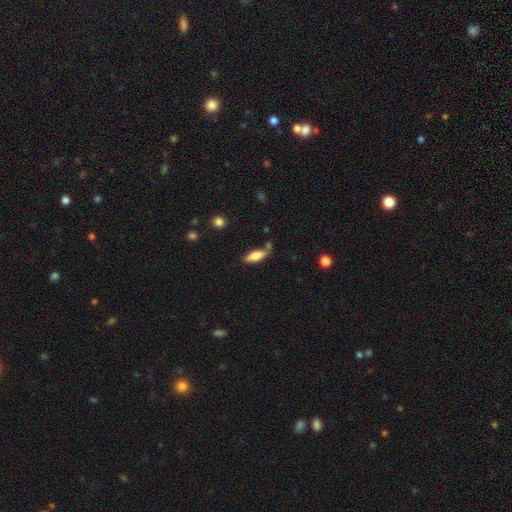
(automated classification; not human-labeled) This appears to be a smooth galaxy with no disk features (79%) that is in between round and cigar-shaped (73%). Merging: none (63%).